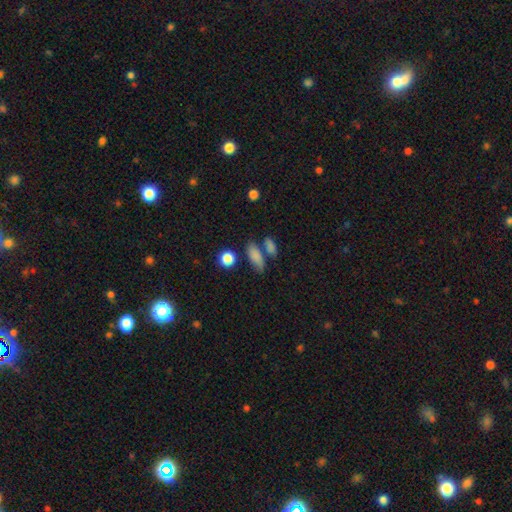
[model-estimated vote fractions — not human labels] smooth_or_featured: smooth (p=0.82) [alt: star or artifact p=0.10]
how_rounded: in between (p=0.72) [alt: cigar-shaped p=0.18]
merging: none (p=0.58) [alt: merger p=0.20]